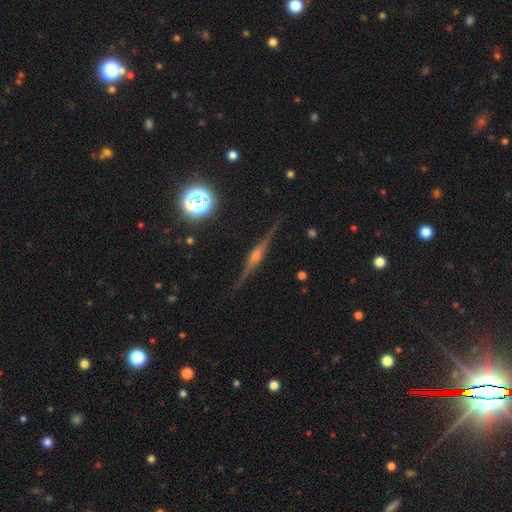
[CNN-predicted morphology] smooth_or_featured: featured or disk (p=0.80) [alt: smooth p=0.10]
disk_edge_on: yes (p=0.97) [alt: no p=0.03]
edge_on_bulge: rounded (p=0.82) [alt: boxy p=0.12]
merging: none (p=0.87) [alt: minor disturbance p=0.10]